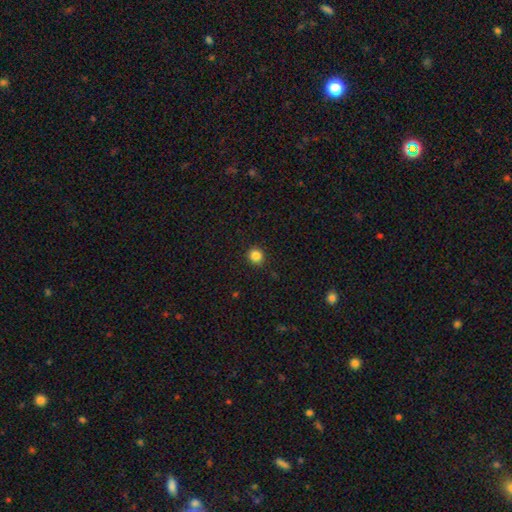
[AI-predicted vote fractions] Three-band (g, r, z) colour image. It shows a smooth galaxy with no disk features (85%) that is round (92%). Merging: none (92%).